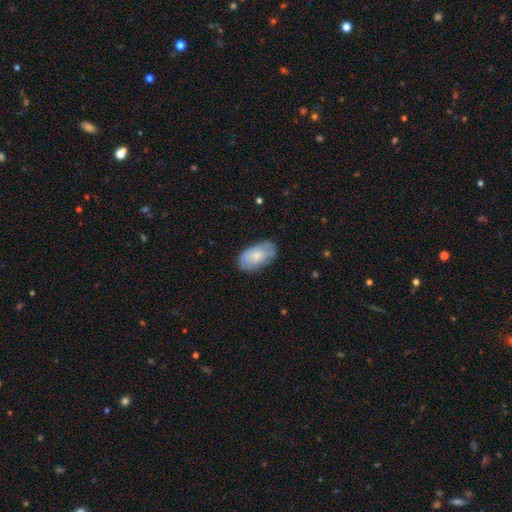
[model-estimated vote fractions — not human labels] The model was most divided on "smooth or featured": smooth: 58%, featured or disk: 35%, star or artifact: 7%. More confident: how rounded — in between (93%); merging — none (73%).